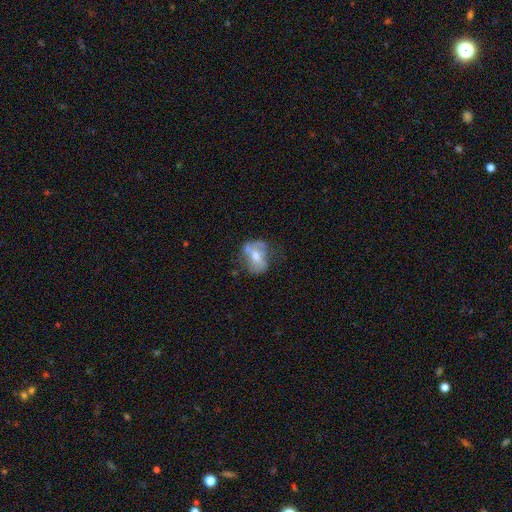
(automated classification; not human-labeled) Smooth or featured: featured or disk — 50% (smooth — 41%)
Edge-on disk: no — 94% (yes — 6%)
Merging: none — 41% (minor disturbance — 27%)